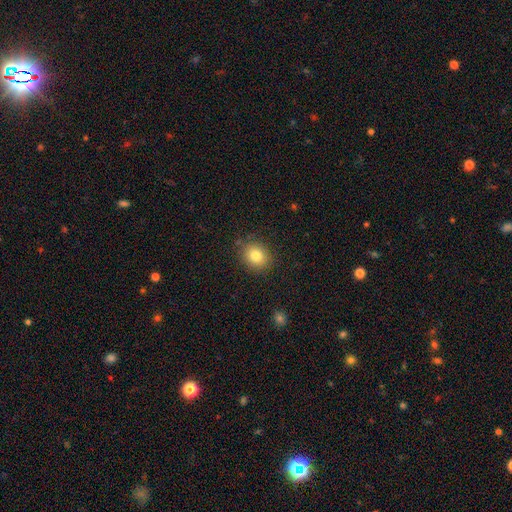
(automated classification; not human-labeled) A smooth galaxy with no disk features (81%) that is round (71%). Merging: none (86%).